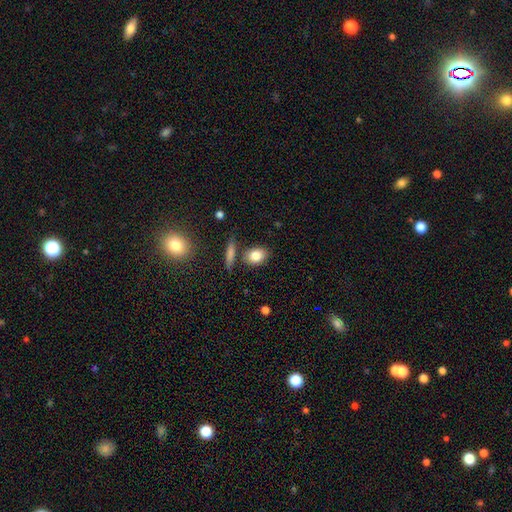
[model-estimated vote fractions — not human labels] A smooth galaxy with no disk features (82%) that is in between round and cigar-shaped (66%).

Vote fractions:
- Smooth or featured? smooth: 82% / featured or disk: 9% / star or artifact: 8%
- How rounded? in between: 66% / round: 31% / cigar-shaped: 3%
- Merging? none: 75% / minor disturbance: 13% / merger: 9% / major disturbance: 4%